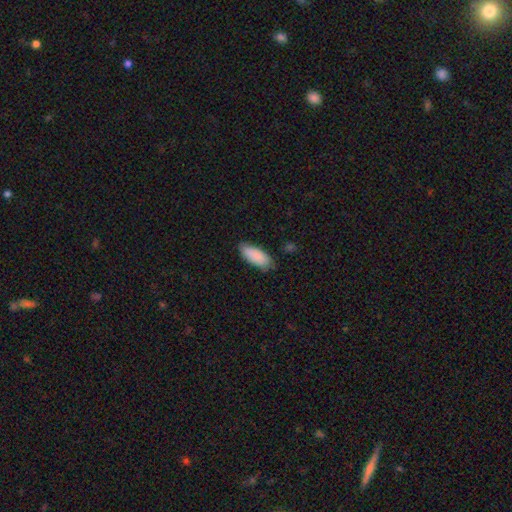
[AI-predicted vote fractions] Q: Smooth or featured?
A: smooth (87%); runner-up: featured or disk (7%)
Q: How rounded?
A: in between (83%); runner-up: cigar-shaped (16%)
Q: Merging?
A: none (72%); runner-up: minor disturbance (23%)